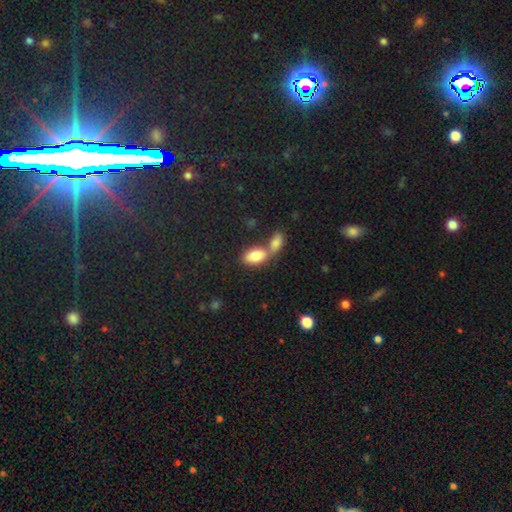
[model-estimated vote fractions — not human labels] Morphology: type=smooth (84%); roundness=in between (92%); merging=merger (57%).